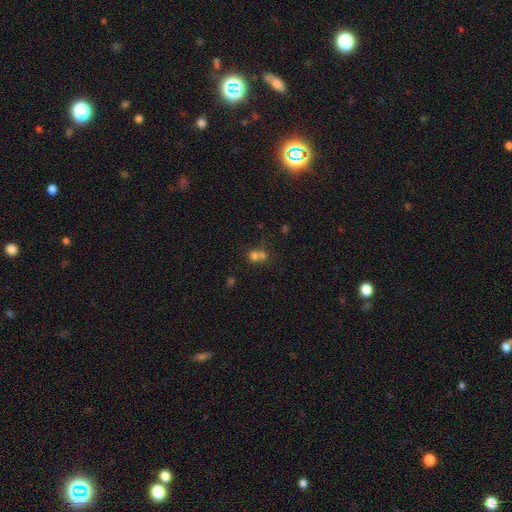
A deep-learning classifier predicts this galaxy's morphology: The model was most divided on "merging": merger: 59%, none: 32%, minor disturbance: 6%, major disturbance: 4%. More confident: how rounded — round (77%); smooth or featured — smooth (69%).